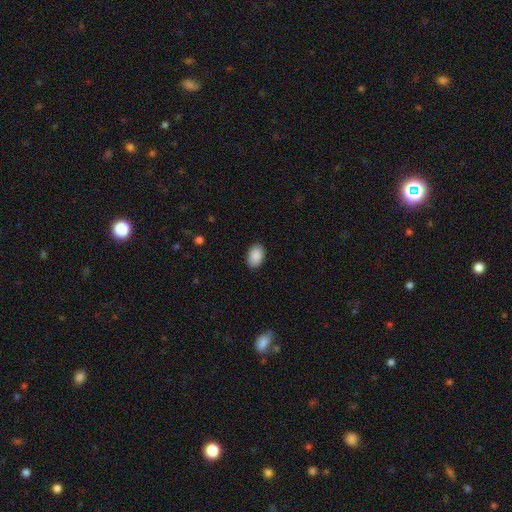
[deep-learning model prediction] smooth 90%, star or artifact 7%, featured or disk 3%. Down the decision tree: how rounded — in between (88%); merging — none (89%).